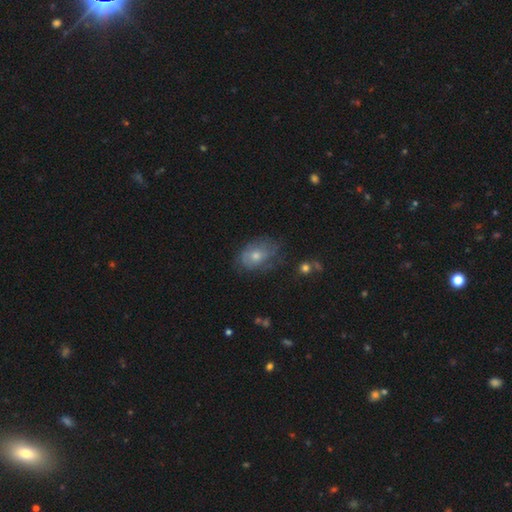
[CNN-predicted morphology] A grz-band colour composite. It shows a smooth galaxy with no disk features (49%). Merging: none (52%).